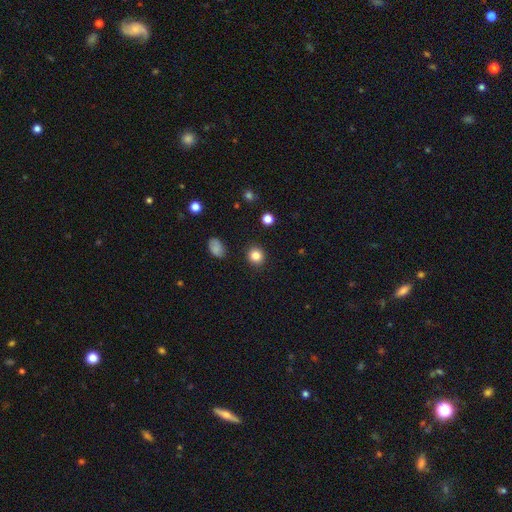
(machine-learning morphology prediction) Smooth or featured?
  - smooth: 84% *
  - star or artifact: 11%
  - featured or disk: 5%
How rounded?
  - round: 84% *
  - in between: 15%
  - cigar-shaped: 1%
Merging?
  - none: 90% *
  - minor disturbance: 7%
  - major disturbance: 2%
  - merger: 2%